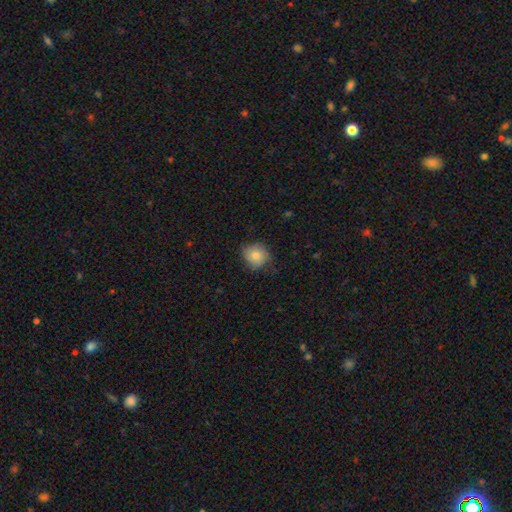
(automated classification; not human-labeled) A smooth galaxy with no disk features (80%) that is round (85%). Merging: none (71%).